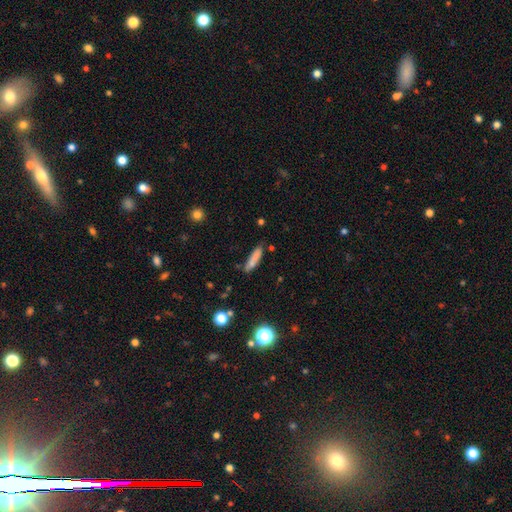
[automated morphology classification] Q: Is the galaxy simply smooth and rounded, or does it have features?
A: smooth — 78%.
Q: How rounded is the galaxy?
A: cigar-shaped — 76%.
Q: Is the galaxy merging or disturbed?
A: none — 74%.